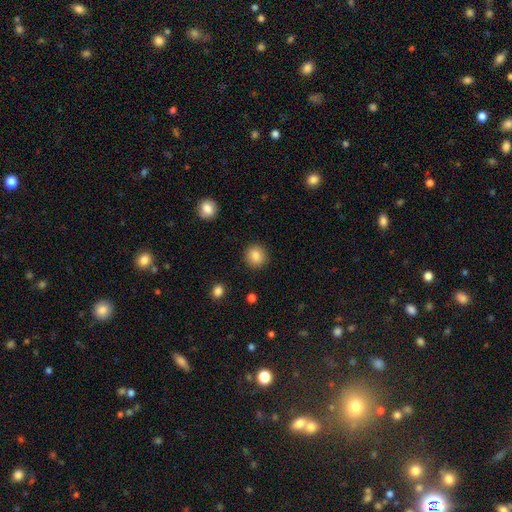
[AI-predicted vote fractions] Smooth or featured: smooth — 86% (star or artifact — 9%)
How rounded: round — 89% (in between — 10%)
Merging: none — 91% (minor disturbance — 6%)